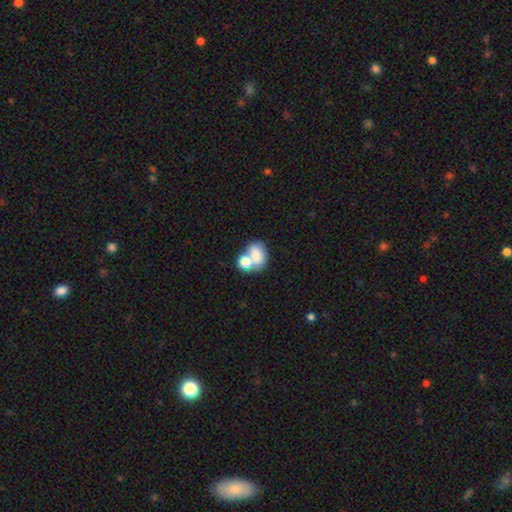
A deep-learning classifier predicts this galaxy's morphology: The model was most divided on "merging": merger: 54%, none: 31%, minor disturbance: 10%, major disturbance: 6%. More confident: smooth or featured — smooth (75%); how rounded — in between (66%).